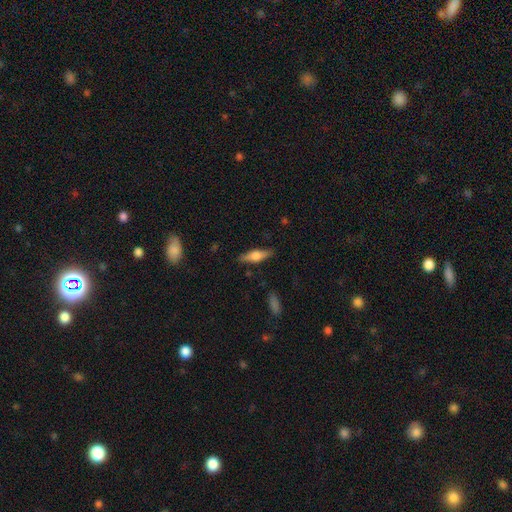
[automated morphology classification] smooth_or_featured: smooth (p=0.47) [alt: featured or disk p=0.46]
merging: none (p=0.86) [alt: minor disturbance p=0.10]